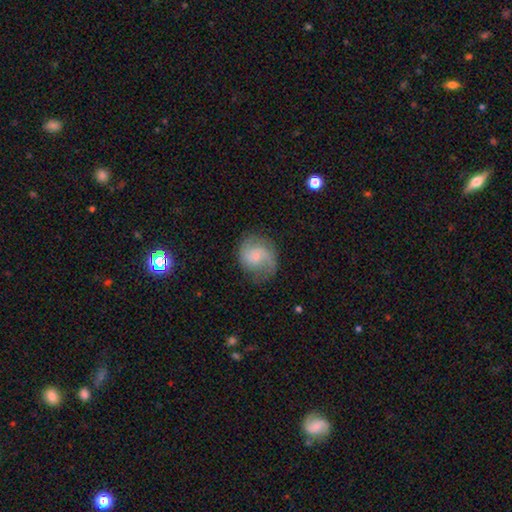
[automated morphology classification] type=featured or disk (60%); edge-on=no (98%); bar=no (61%); spiral arms=yes (90%); winding=medium (45%); arm count=2 (74%); bulge=small (66%); merging=none (66%).